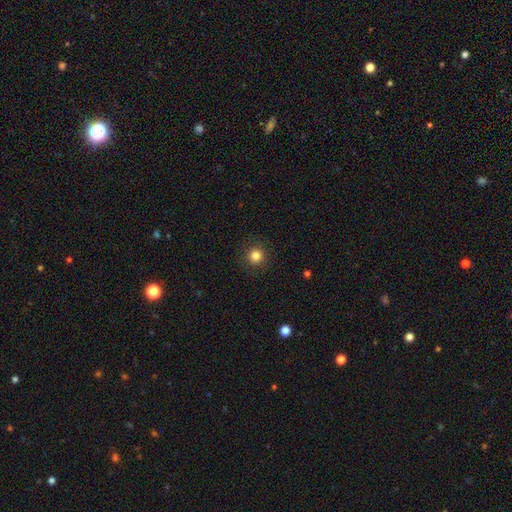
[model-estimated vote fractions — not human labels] Morphology: type=smooth (83%); roundness=round (95%); merging=none (91%).